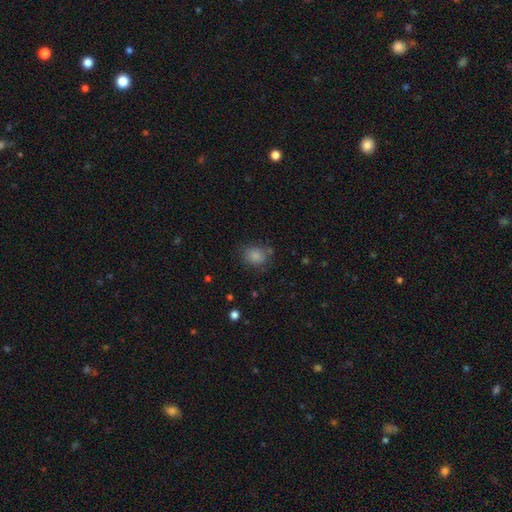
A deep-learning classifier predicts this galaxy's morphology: smooth 84%, star or artifact 10%, featured or disk 5%. Down the decision tree: how rounded — round (58%); merging — none (75%).